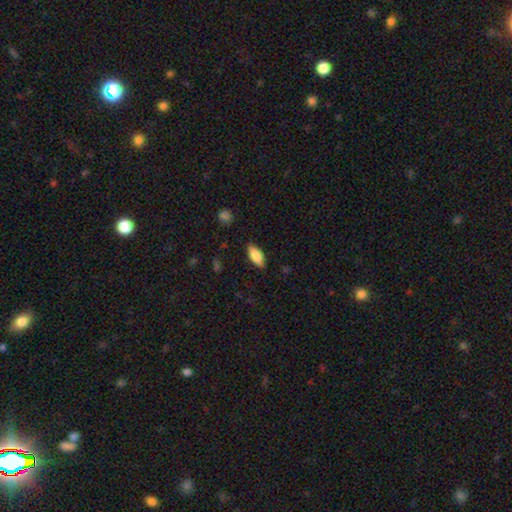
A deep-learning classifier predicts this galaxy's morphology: The model was most divided on "how rounded": in between: 83%, cigar-shaped: 14%, round: 2%. More confident: merging — none (85%); smooth or featured — smooth (81%).